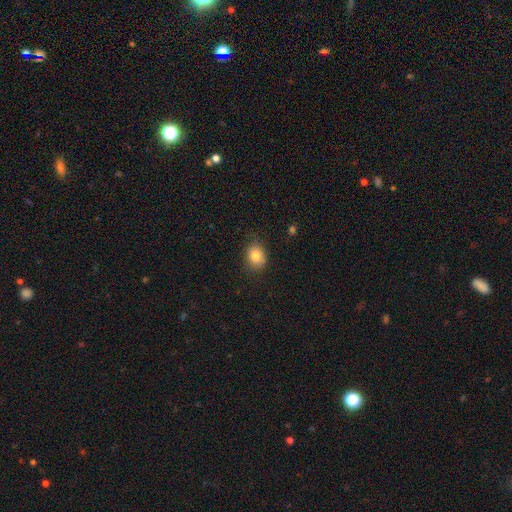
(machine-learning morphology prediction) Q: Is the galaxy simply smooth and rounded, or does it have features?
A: smooth — 82%.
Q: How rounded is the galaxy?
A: round — 51%.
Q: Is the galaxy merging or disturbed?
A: none — 81%.